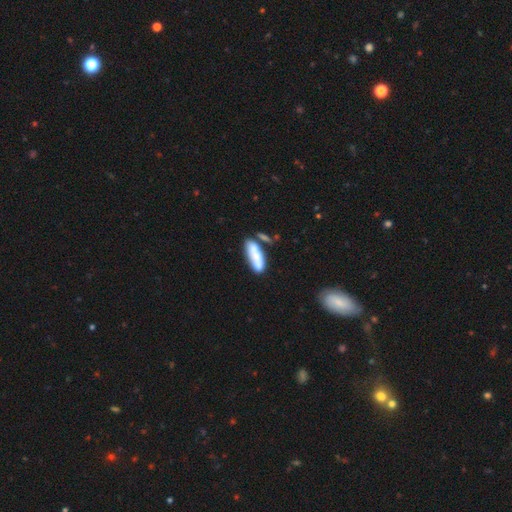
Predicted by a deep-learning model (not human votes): The model was most divided on "merging": none: 44%, merger: 31%, minor disturbance: 18%, major disturbance: 7%. More confident: smooth or featured — smooth (69%); how rounded — in between (58%).